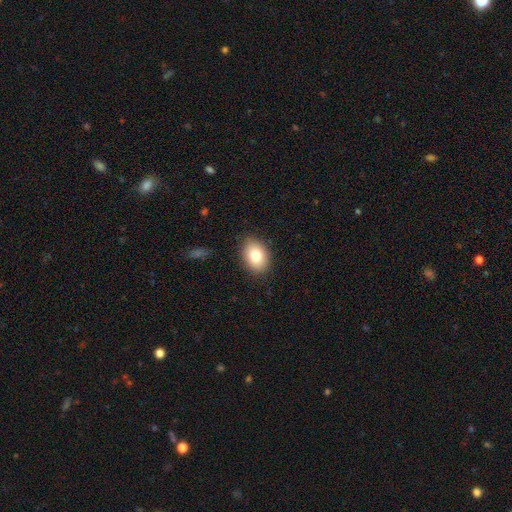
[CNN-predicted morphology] Q: Smooth or featured?
A: smooth (79%); runner-up: featured or disk (12%)
Q: How rounded?
A: in between (76%); runner-up: round (23%)
Q: Merging?
A: none (87%); runner-up: minor disturbance (10%)